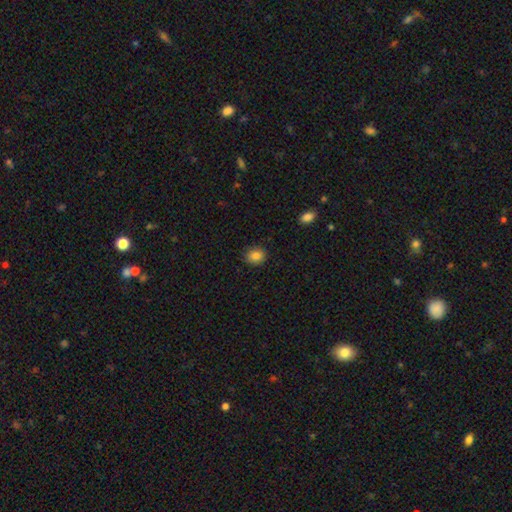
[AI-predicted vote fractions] Smooth or featured: smooth — 86% (star or artifact — 10%)
How rounded: round — 58% (in between — 41%)
Merging: none — 88% (minor disturbance — 8%)